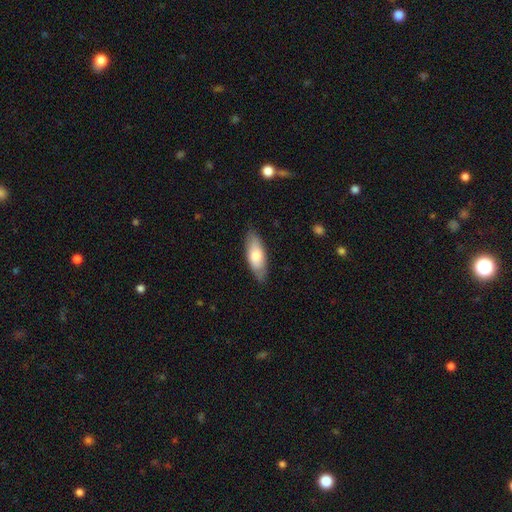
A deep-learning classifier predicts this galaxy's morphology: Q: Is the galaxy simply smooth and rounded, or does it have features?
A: smooth — 70%.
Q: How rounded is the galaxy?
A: in between — 74%.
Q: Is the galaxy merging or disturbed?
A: none — 84%.